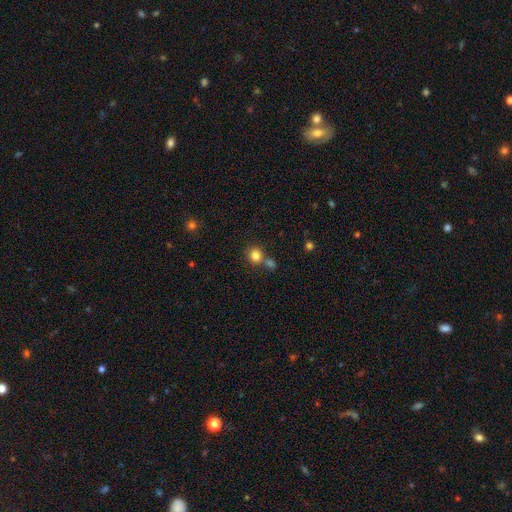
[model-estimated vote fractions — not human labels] Smooth or featured? smooth (82%)
How rounded? round (83%)
Merging? none (58%)